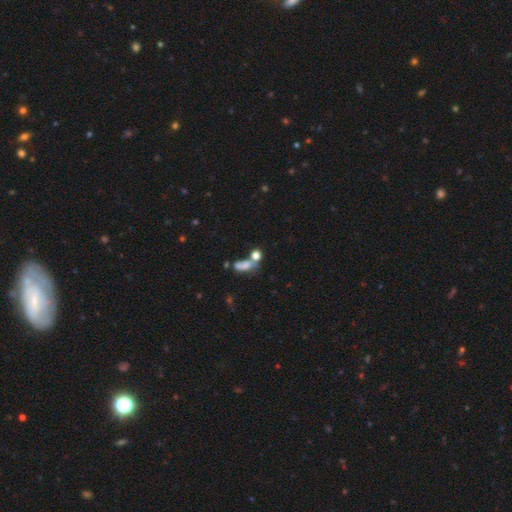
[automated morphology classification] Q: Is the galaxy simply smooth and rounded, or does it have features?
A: smooth — 72%.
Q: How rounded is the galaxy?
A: round — 55%.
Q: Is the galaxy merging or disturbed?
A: merger — 45%.